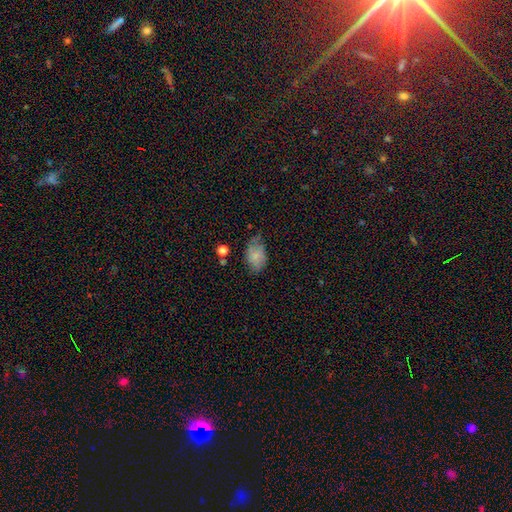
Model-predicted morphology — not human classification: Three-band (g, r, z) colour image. It shows a smooth galaxy with no disk features (62%) that is in between round and cigar-shaped (85%). Merging: none (51%).